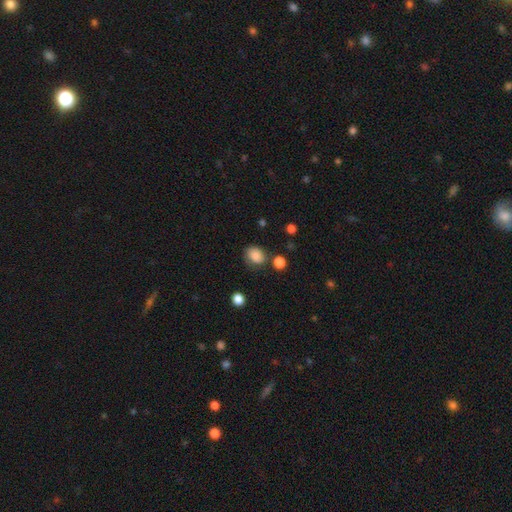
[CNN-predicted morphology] Smooth or featured? Predicted: smooth (p=0.84). How rounded? Predicted: in between (p=0.51). Merging? Predicted: none (p=0.65).